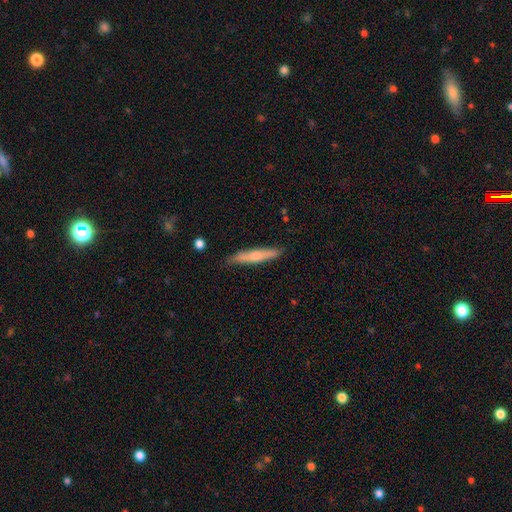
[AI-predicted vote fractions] Q: Smooth or featured?
A: smooth (47%); tied with: featured or disk (47%)
Q: Merging?
A: none (86%); runner-up: minor disturbance (11%)